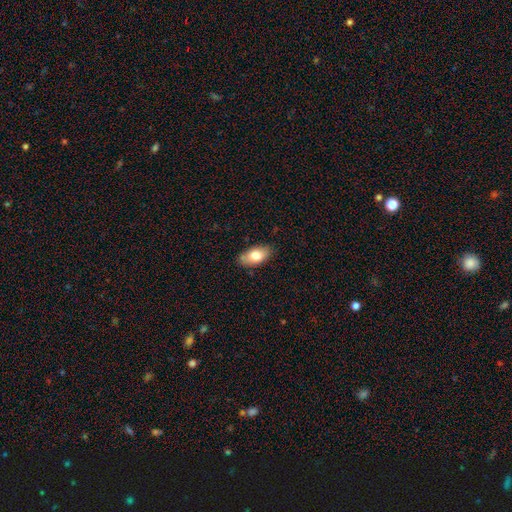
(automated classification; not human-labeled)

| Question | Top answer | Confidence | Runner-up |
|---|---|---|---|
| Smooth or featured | smooth | 77% | featured or disk (16%) |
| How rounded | in between | 92% | round (5%) |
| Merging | none | 80% | minor disturbance (16%) |